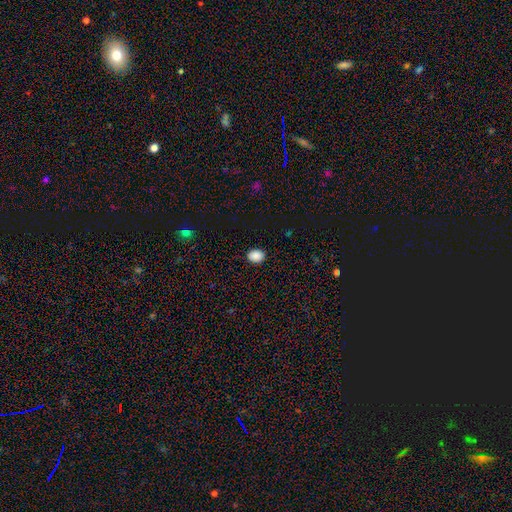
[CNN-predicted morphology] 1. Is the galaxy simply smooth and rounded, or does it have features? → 88% smooth, 9% star or artifact, 3% featured or disk.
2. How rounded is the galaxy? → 55% in between, 44% round, 1% cigar-shaped.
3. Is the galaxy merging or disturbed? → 89% none, 8% minor disturbance, 2% major disturbance, 1% merger.